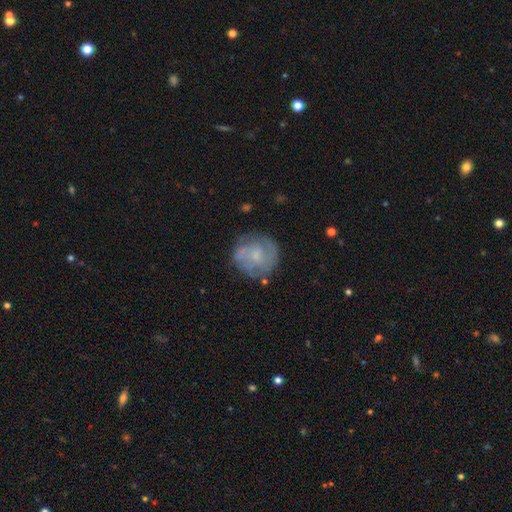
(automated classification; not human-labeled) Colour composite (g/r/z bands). It shows a featured or disk galaxy (60%) with no bar (62%), spiral arms (76%) and a small central bulge (53%). Merging: none (71%).